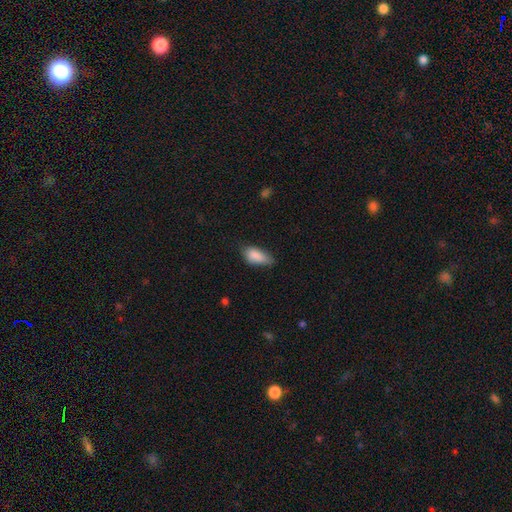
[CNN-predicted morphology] Smooth or featured?
  - smooth: 85% *
  - featured or disk: 7%
  - star or artifact: 7%
How rounded?
  - in between: 87% *
  - cigar-shaped: 10%
  - round: 3%
Merging?
  - none: 50% *
  - minor disturbance: 39%
  - major disturbance: 9%
  - merger: 2%